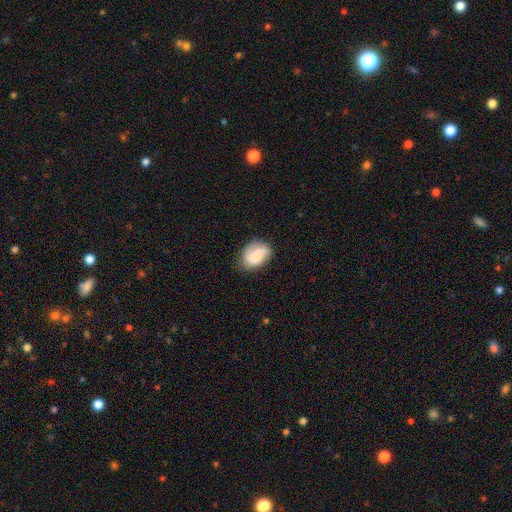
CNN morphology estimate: type=smooth (50%); merging=none (70%).